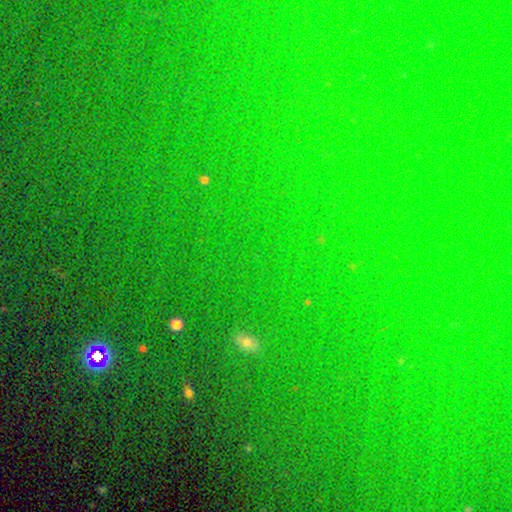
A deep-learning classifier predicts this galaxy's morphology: Smooth or featured?
  - star or artifact: 70% *
  - smooth: 21%
  - featured or disk: 9%